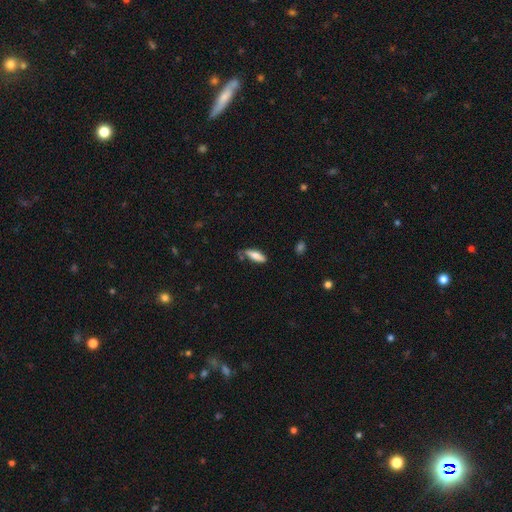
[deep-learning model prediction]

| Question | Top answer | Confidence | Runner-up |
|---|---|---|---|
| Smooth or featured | smooth | 77% | featured or disk (17%) |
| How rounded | in between | 49% | tied: cigar-shaped (49%) |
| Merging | none | 67% | minor disturbance (24%) |